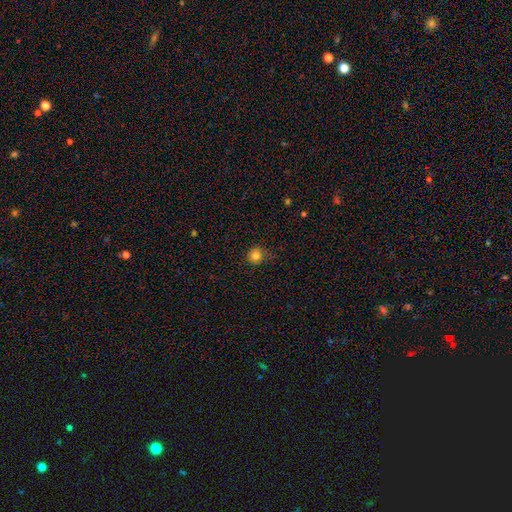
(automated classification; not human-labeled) Smooth or featured? Predicted: smooth (p=0.81). How rounded? Predicted: round (p=0.89). Merging? Predicted: none (p=0.79).